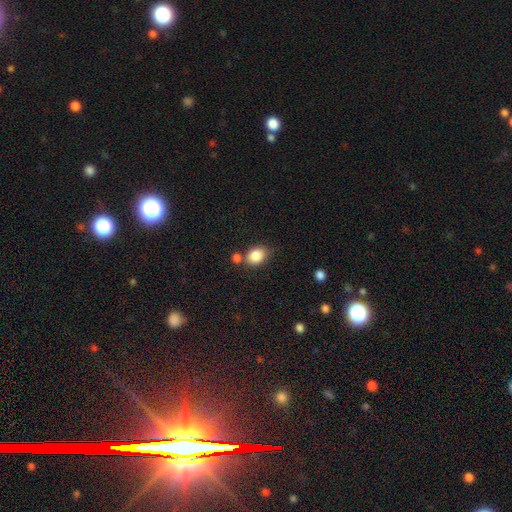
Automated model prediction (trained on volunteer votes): smooth 84%, star or artifact 9%, featured or disk 7%. Down the decision tree: how rounded — in between (56%); merging — none (62%).